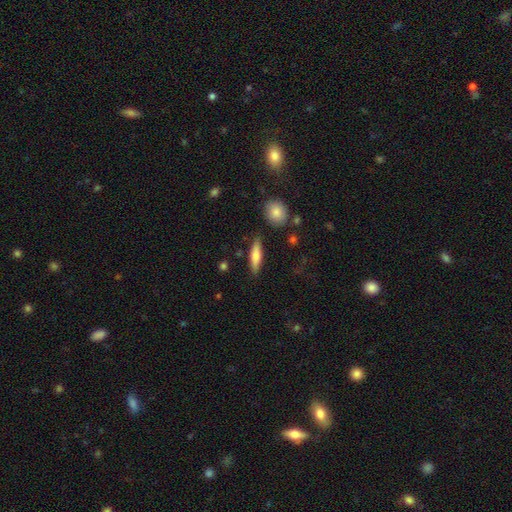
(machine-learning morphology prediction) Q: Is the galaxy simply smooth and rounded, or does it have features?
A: smooth — 68%.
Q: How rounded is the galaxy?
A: cigar-shaped — 72%.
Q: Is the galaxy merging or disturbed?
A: none — 84%.